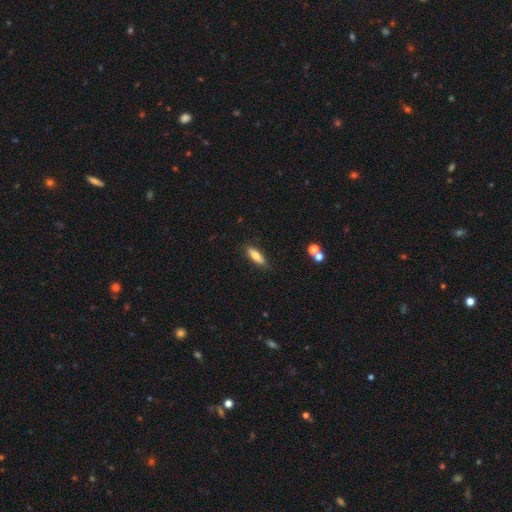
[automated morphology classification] This is likely a smooth galaxy (77%). How rounded: possibly cigar-shaped (49%, tied with in between). Merging: clearly none (85%).